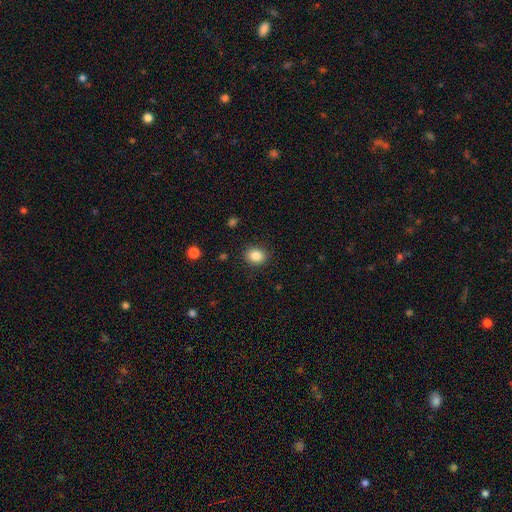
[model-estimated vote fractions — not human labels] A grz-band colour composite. It shows a smooth galaxy with no disk features (86%) that is round (58%). Merging: none (88%).